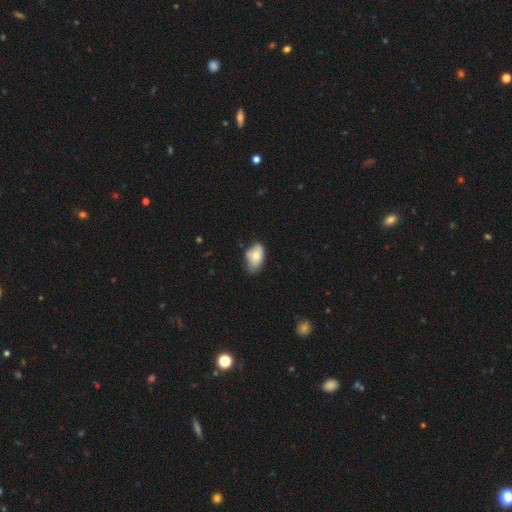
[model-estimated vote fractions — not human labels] This is likely a smooth galaxy (73%). How rounded: clearly in between (91%). Merging: possibly none (53%).